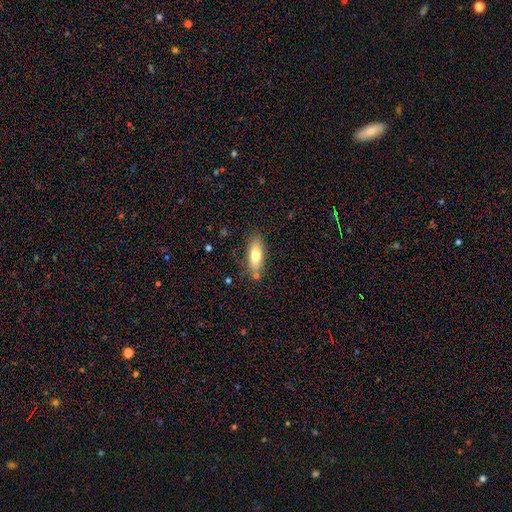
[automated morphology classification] Smooth or featured? smooth (72%)
How rounded? in between (69%)
Merging? none (79%)